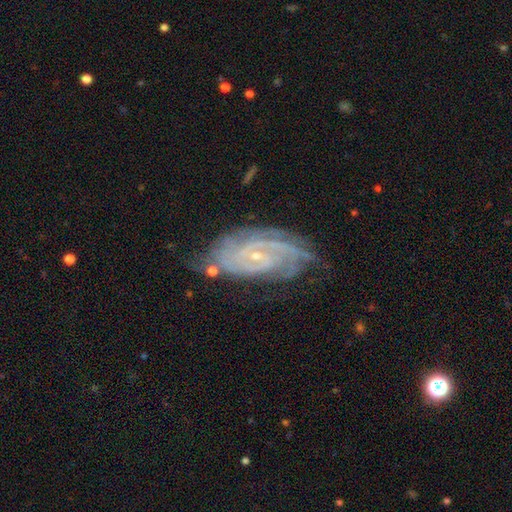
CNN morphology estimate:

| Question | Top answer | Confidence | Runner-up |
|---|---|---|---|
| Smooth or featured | featured or disk | 89% | star or artifact (7%) |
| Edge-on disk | no | 96% | yes (4%) |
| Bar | no | 52% | weak (35%) |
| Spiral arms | yes | 98% | no (2%) |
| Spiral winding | tight | 72% | medium (24%) |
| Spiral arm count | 2 | 29% | 3 (24%) |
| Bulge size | small | 84% | moderate (12%) |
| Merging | none | 69% | minor disturbance (21%) |